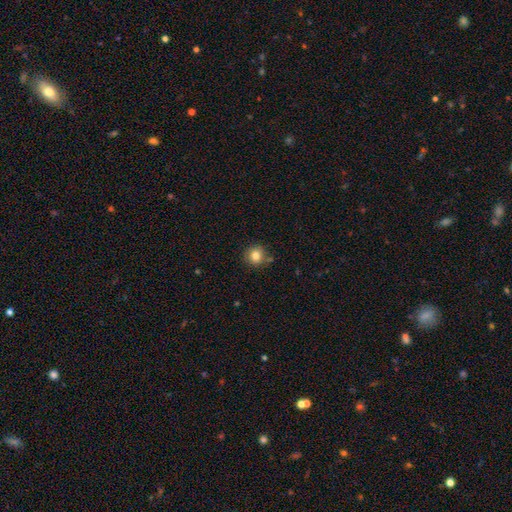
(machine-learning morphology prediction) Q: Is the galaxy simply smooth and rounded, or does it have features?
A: smooth — 82%.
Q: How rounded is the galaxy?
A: round — 90%.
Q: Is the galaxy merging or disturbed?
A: none — 81%.